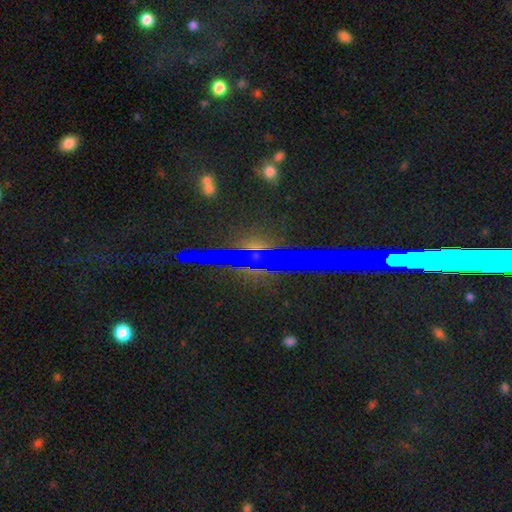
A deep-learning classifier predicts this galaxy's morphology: This appears to be a star or artifact, not a galaxy (55%).